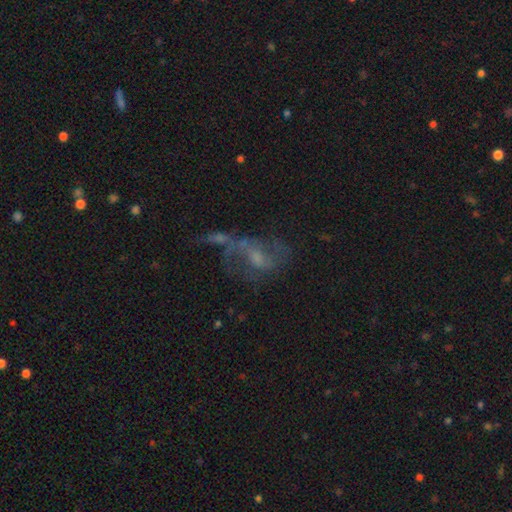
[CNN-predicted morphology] smooth_or_featured: featured or disk (p=0.64) [alt: smooth p=0.19]
disk_edge_on: no (p=0.96) [alt: yes p=0.04]
bar: no (p=0.50) [alt: weak p=0.40]
has_spiral_arms: yes (p=0.67) [alt: no p=0.33]
bulge_size: small (p=0.41) [alt: moderate p=0.34]
merging: major disturbance (p=0.32) [tied with: none p=0.32]